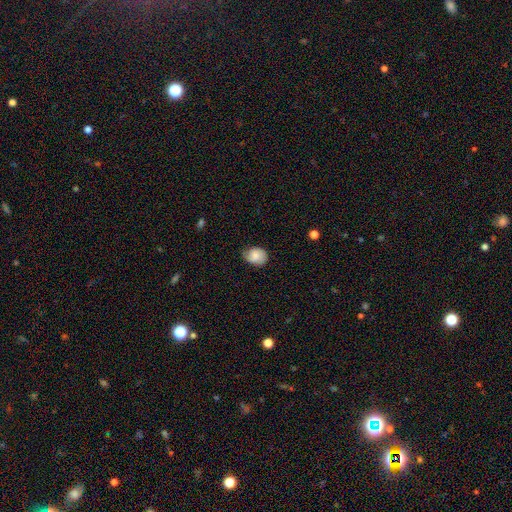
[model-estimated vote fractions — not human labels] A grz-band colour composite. It shows a smooth galaxy with no disk features (77%) that is in between round and cigar-shaped (56%). Merging: none (66%).